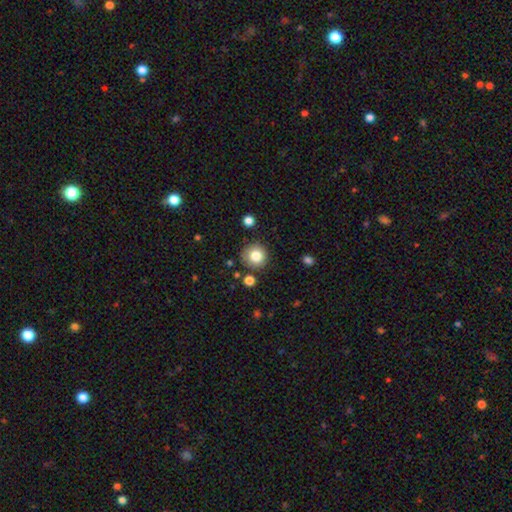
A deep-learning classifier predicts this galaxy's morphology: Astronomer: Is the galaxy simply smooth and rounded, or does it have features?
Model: smooth — 82%.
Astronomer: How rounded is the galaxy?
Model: round — 93%.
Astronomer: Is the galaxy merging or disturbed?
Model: none — 83%.